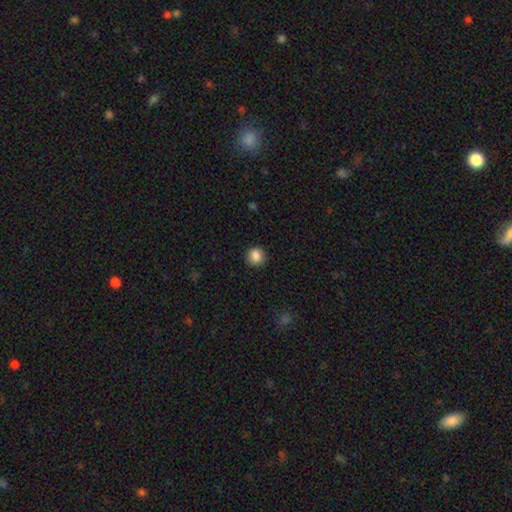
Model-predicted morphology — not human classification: The model was most divided on "smooth or featured": smooth: 87%, star or artifact: 9%, featured or disk: 4%. More confident: how rounded — round (92%); merging — none (90%).